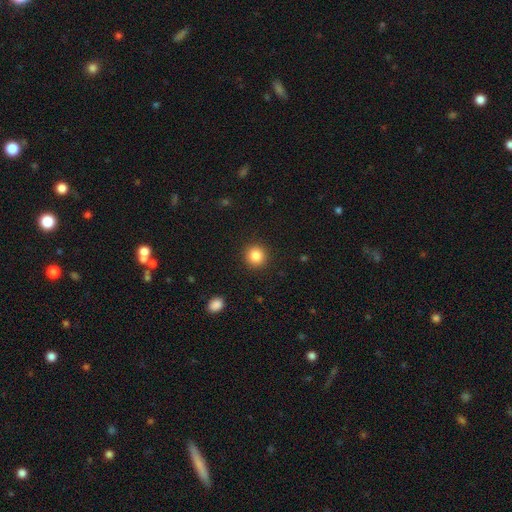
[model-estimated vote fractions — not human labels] smooth 85%, star or artifact 10%, featured or disk 5%. Down the decision tree: how rounded — round (93%); merging — none (92%).